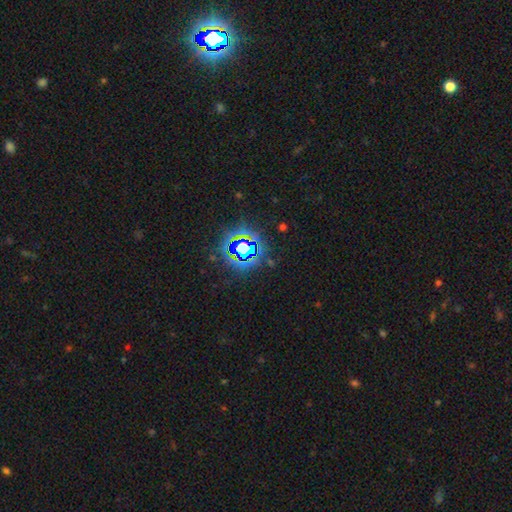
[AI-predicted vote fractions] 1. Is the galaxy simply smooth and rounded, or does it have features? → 82% star or artifact, 11% smooth, 7% featured or disk.